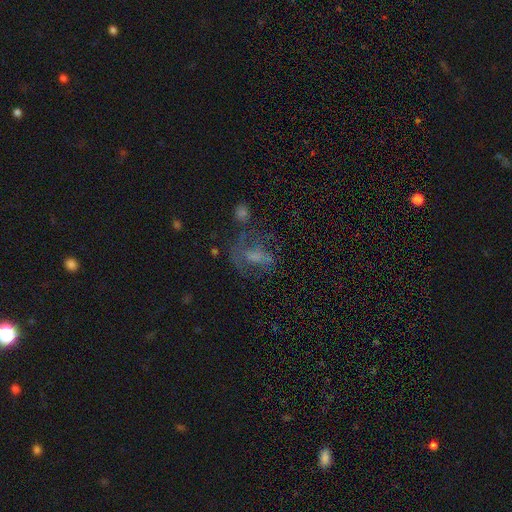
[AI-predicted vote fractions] A featured or disk galaxy (47%). Merging: none (36%).